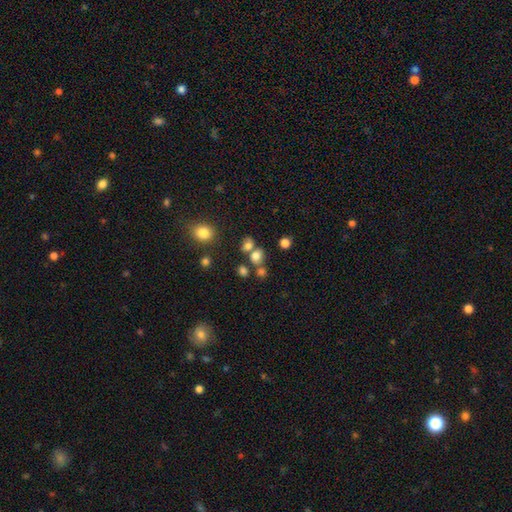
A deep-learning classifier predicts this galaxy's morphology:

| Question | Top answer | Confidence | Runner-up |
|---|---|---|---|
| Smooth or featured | smooth | 73% | star or artifact (16%) |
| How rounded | round | 56% | in between (42%) |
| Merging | none | 50% | merger (33%) |